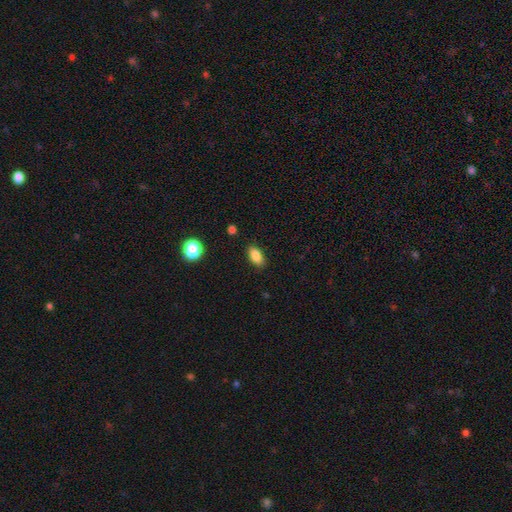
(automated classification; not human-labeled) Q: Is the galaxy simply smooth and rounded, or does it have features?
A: smooth — 84%.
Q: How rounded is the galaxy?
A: in between — 88%.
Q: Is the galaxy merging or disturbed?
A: none — 88%.